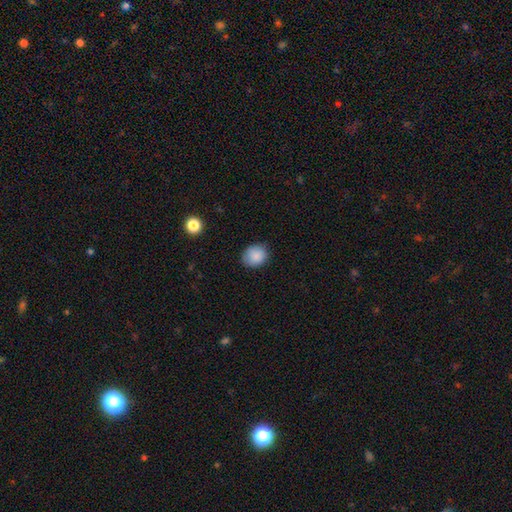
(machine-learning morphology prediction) smooth 88%, star or artifact 8%, featured or disk 4%. Down the decision tree: how rounded — round (60%); merging — none (80%).